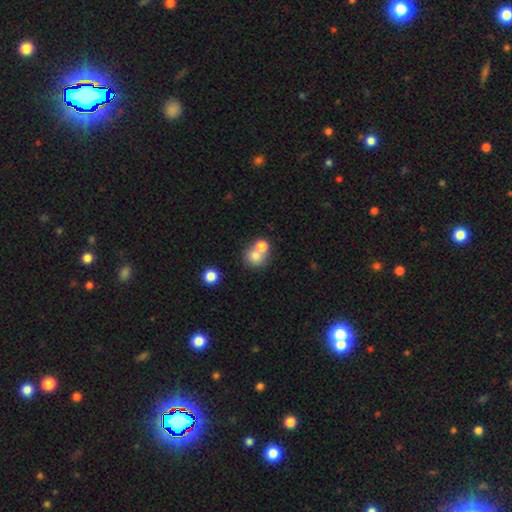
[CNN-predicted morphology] Smooth or featured: smooth — 75% (featured or disk — 14%)
How rounded: round — 80% (in between — 19%)
Merging: merger — 50% (none — 39%)